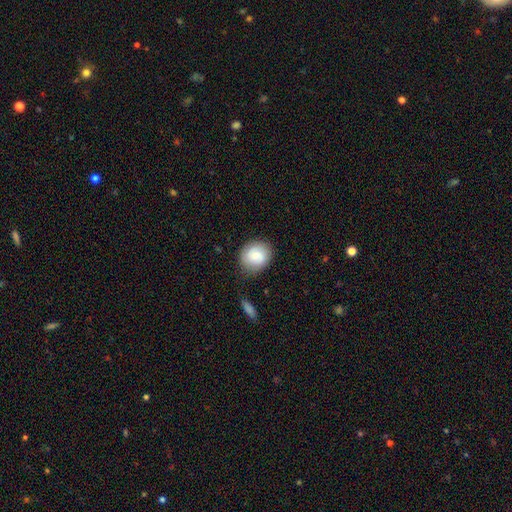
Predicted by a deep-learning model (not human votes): smooth_or_featured: smooth (p=0.72) [alt: featured or disk p=0.21]
how_rounded: round (p=0.74) [alt: in between p=0.25]
merging: none (p=0.80) [alt: minor disturbance p=0.14]